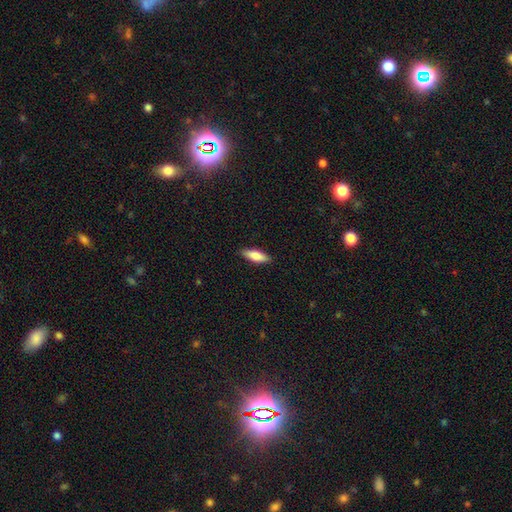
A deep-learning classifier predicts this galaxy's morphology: A smooth galaxy with no disk features (80%) that is in between round and cigar-shaped (59%).

Vote fractions:
- Smooth or featured? smooth: 80% / featured or disk: 14% / star or artifact: 6%
- How rounded? in between: 59% / cigar-shaped: 39% / round: 2%
- Merging? none: 88% / minor disturbance: 10% / major disturbance: 2% / merger: 1%